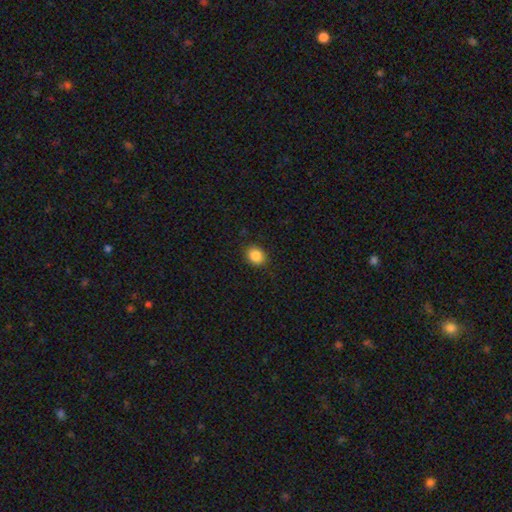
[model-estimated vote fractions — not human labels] This appears to be a smooth galaxy with no disk features (86%) that is round (62%). Merging: none (88%).